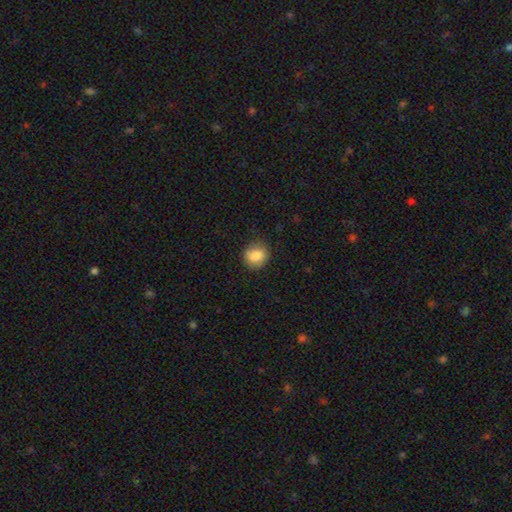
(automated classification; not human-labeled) Smooth or featured? smooth (86%)
How rounded? round (77%)
Merging? none (81%)